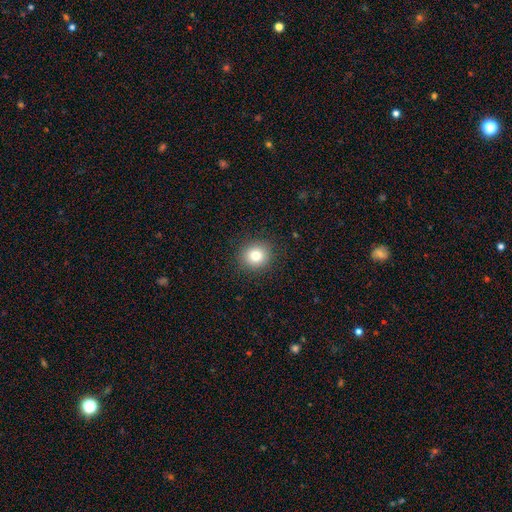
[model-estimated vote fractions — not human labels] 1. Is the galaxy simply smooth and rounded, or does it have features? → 80% smooth, 12% star or artifact, 8% featured or disk.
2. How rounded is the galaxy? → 87% round, 12% in between, 1% cigar-shaped.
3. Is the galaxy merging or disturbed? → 90% none, 6% minor disturbance, 2% major disturbance, 1% merger.